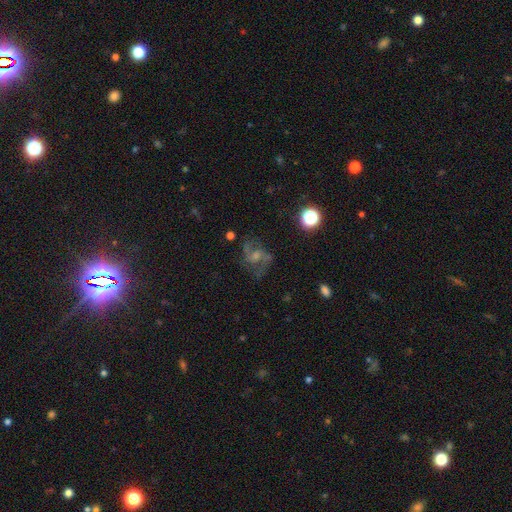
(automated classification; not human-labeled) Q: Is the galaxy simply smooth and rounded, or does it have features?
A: featured or disk — 70%.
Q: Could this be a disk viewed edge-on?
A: no — 97%.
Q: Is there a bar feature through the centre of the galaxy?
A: weak — 44%, tied with no.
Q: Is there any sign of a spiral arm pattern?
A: yes — 92%.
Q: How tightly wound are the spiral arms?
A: medium — 46%.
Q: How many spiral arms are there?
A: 2 — 80%.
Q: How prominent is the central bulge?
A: small — 47%.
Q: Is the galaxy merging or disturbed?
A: none — 71%.